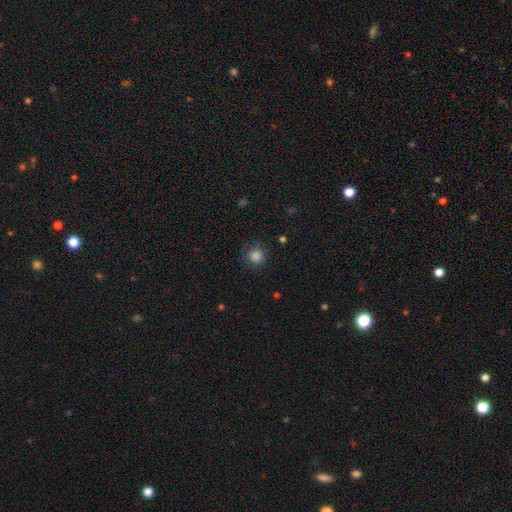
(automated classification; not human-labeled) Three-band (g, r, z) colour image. It shows a smooth galaxy with no disk features (85%) that is round (91%). Merging: none (82%).